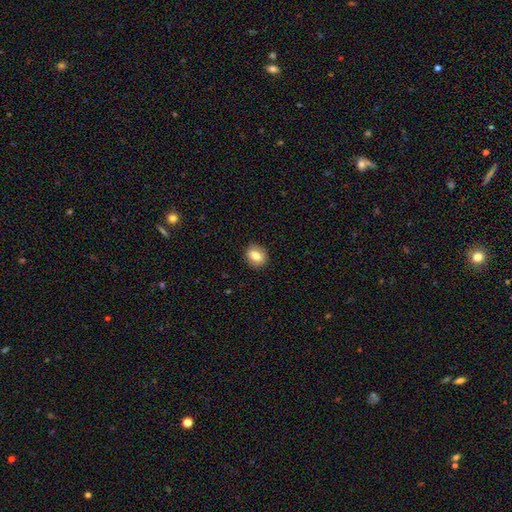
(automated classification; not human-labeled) smooth-or-featured: smooth: 79% | featured or disk: 13% | star or artifact: 9%
  how-rounded: round: 57% | in between: 42% | cigar-shaped: 1%
  merging: none: 88% | minor disturbance: 8% | major disturbance: 2% | merger: 1%